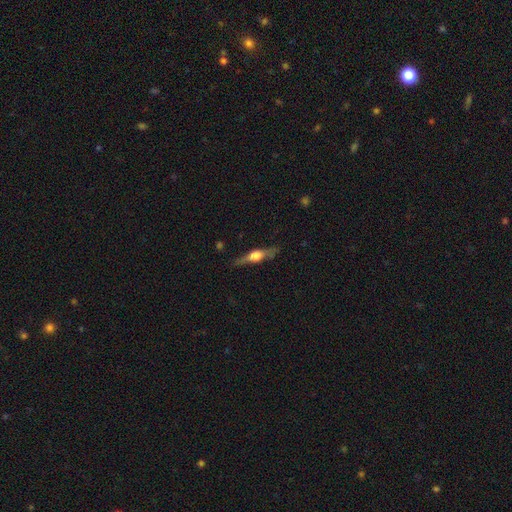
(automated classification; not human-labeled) featured or disk 69%, smooth 25%, star or artifact 6%. Down the decision tree: edge-on disk — yes (95%); edge-on bulge — rounded (91%); merging — none (81%).